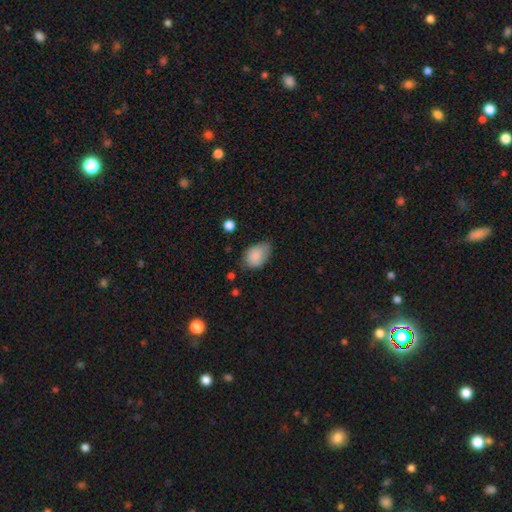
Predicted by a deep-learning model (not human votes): smooth_or_featured: smooth (p=0.85) [alt: star or artifact p=0.08]
how_rounded: in between (p=0.84) [alt: round p=0.15]
merging: none (p=0.53) [alt: minor disturbance p=0.36]